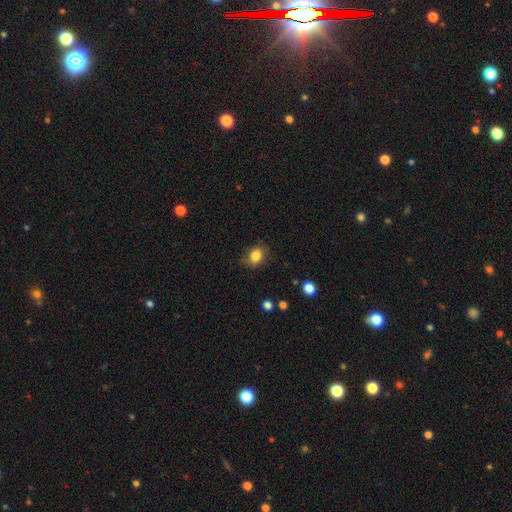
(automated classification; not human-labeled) Overall: smooth (84%). How rounded: in between (61%; round 38%). Merging: none (74%).